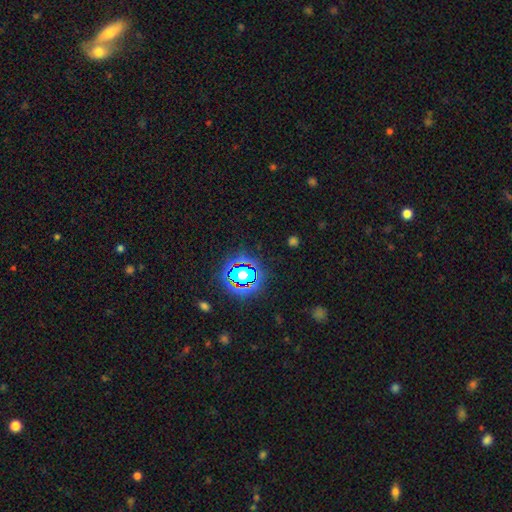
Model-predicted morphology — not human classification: A star or artifact, not a galaxy (80%).

Vote fractions:
- Smooth or featured? star or artifact: 80% / smooth: 13% / featured or disk: 7%